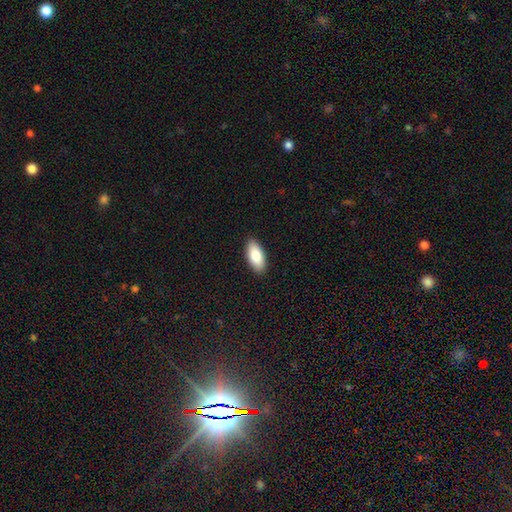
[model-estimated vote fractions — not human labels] A smooth galaxy with no disk features (85%) that is in between round and cigar-shaped (90%).

Vote fractions:
- Smooth or featured? smooth: 85% / featured or disk: 9% / star or artifact: 6%
- How rounded? in between: 90% / cigar-shaped: 8% / round: 2%
- Merging? none: 90% / minor disturbance: 7% / major disturbance: 2% / merger: 1%